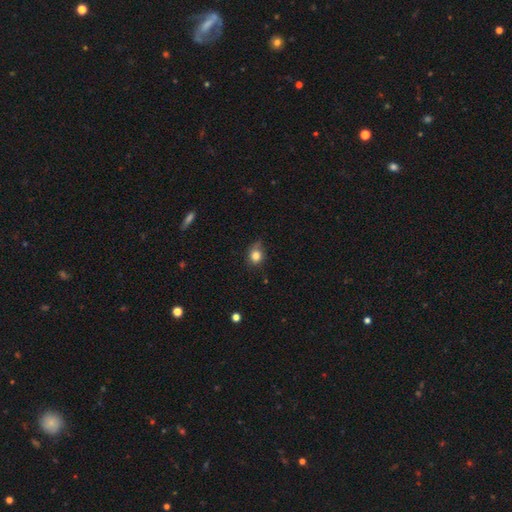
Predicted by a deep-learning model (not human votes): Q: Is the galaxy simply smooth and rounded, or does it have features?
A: smooth — 80%.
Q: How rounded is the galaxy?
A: round — 67%.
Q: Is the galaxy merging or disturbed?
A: none — 60%.